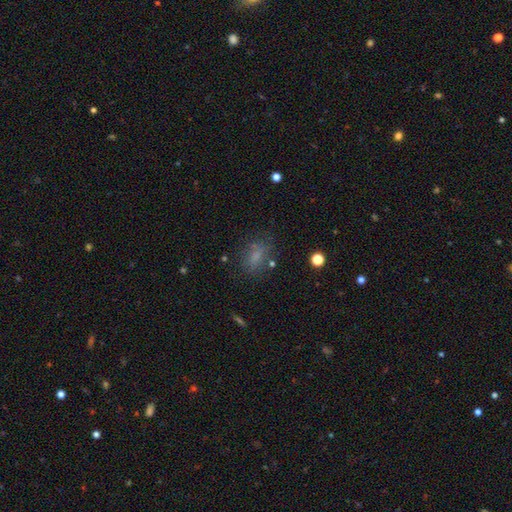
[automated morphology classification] Smooth or featured: smooth — 69% (star or artifact — 18%)
How rounded: in between — 76% (round — 19%)
Merging: none — 69% (minor disturbance — 17%)